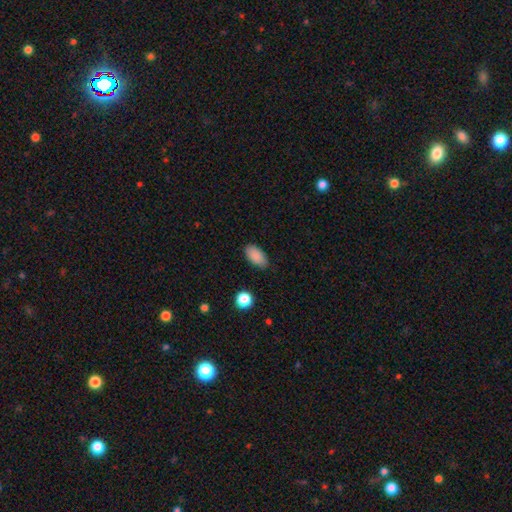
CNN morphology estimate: smooth-or-featured: smooth: 88% | star or artifact: 8% | featured or disk: 4%
  how-rounded: in between: 93% | round: 4% | cigar-shaped: 3%
  merging: none: 83% | minor disturbance: 13% | major disturbance: 3% | merger: 1%